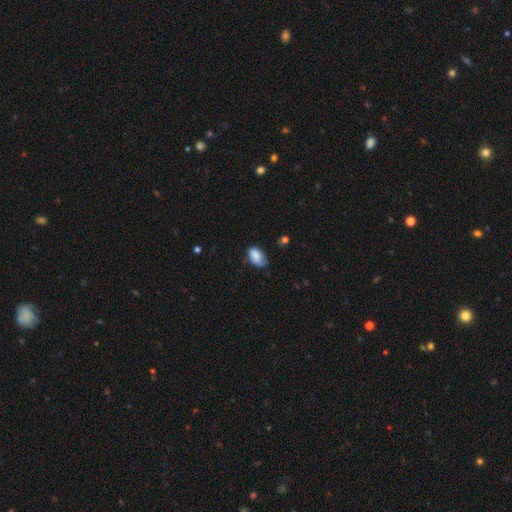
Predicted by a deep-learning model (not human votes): smooth-or-featured: smooth: 79% | featured or disk: 14% | star or artifact: 7%
  how-rounded: in between: 90% | round: 9% | cigar-shaped: 1%
  merging: none: 48% | minor disturbance: 39% | major disturbance: 11% | merger: 2%